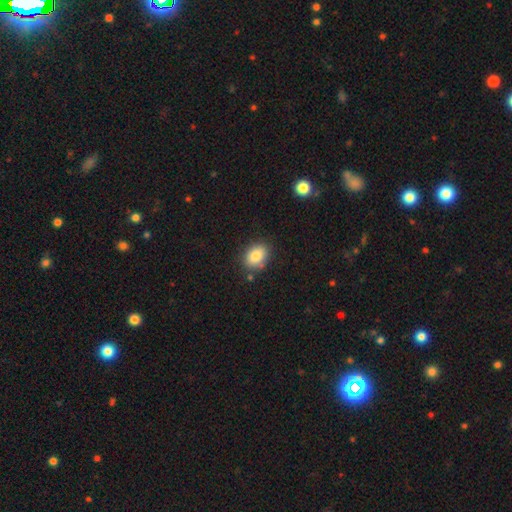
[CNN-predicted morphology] This is clearly a smooth galaxy (84%). How rounded: likely in between (74%). Merging: clearly none (81%).